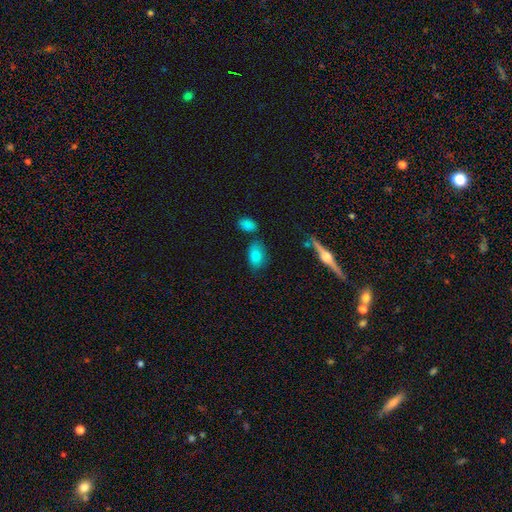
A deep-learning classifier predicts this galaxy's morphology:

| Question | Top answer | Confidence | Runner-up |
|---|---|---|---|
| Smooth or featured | smooth | 80% | featured or disk (12%) |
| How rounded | in between | 86% | round (11%) |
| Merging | none | 66% | minor disturbance (19%) |